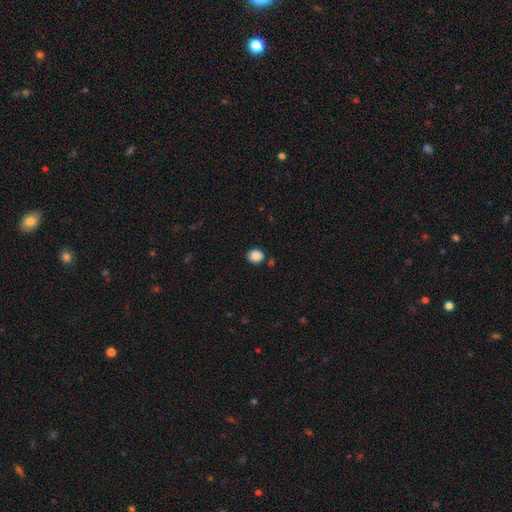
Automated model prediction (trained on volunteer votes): Morphology: type=smooth (87%); roundness=round (74%); merging=none (85%).